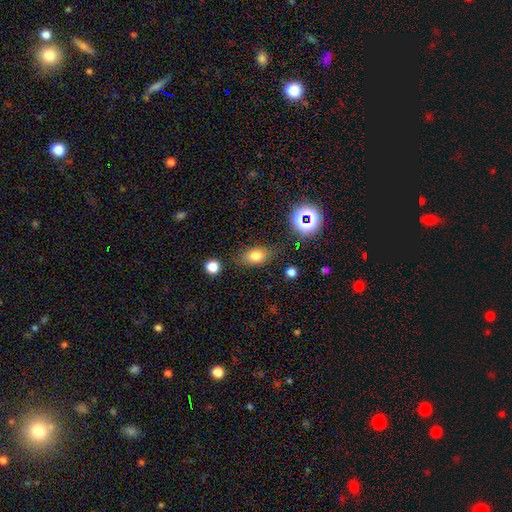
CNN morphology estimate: A smooth galaxy with no disk features (77%) that is in between round and cigar-shaped (79%). Merging: none (78%).